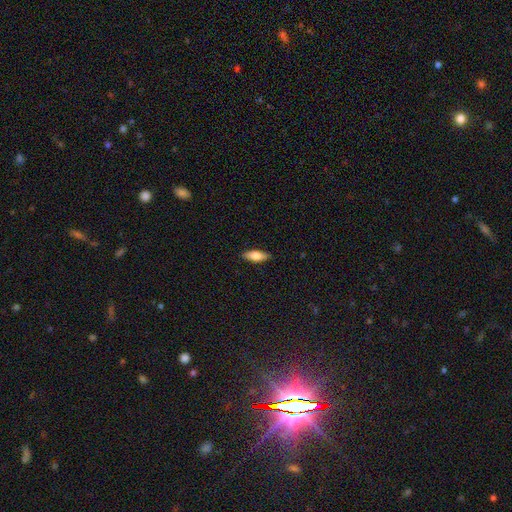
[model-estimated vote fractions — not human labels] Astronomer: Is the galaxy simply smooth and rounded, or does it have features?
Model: smooth — 77%.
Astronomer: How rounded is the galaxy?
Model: in between — 67%.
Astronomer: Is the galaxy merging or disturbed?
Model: none — 87%.